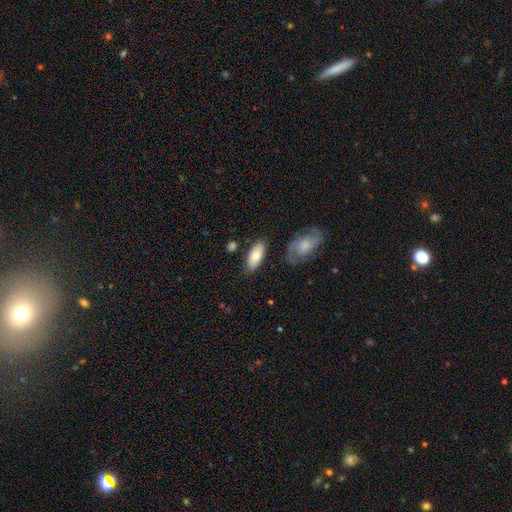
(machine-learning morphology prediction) Overall: smooth (73%). How rounded: in between (88%). Merging: none (76%).